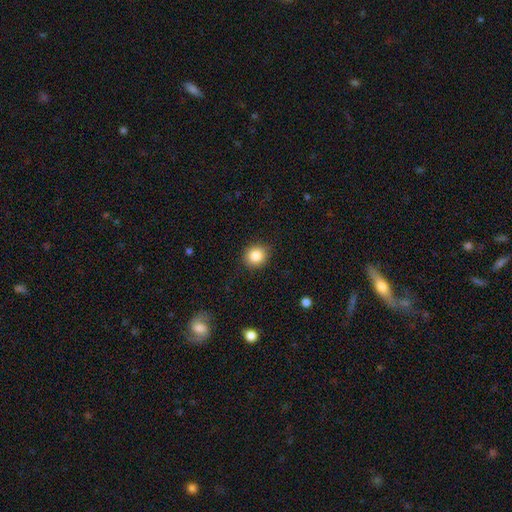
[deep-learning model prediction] Overall: smooth (86%). How rounded: round (85%). Merging: none (90%).